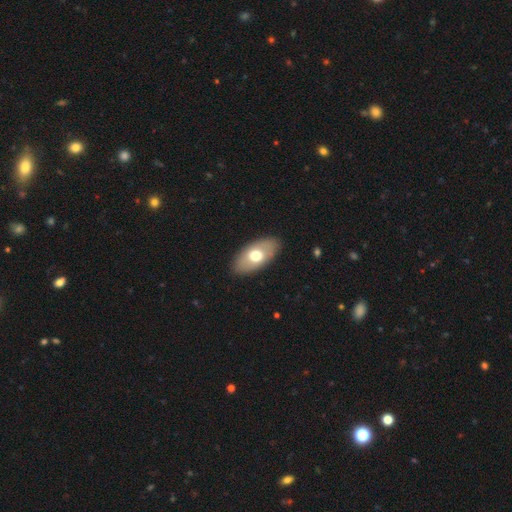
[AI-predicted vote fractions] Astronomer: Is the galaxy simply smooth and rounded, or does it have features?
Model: smooth — 64%.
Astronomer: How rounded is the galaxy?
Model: in between — 92%.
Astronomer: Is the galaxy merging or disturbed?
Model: none — 87%.